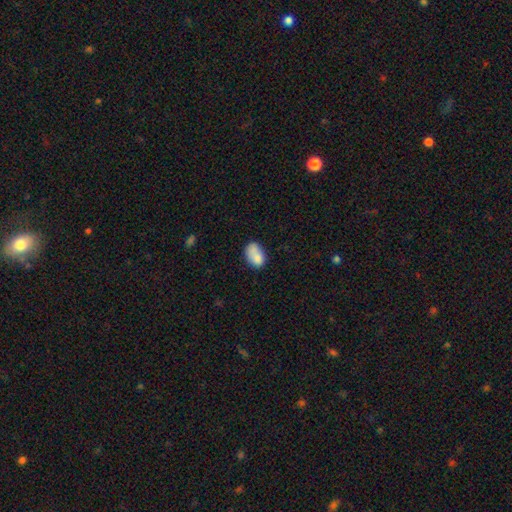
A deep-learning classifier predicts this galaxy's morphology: A smooth galaxy with no disk features (79%) that is in between round and cigar-shaped (85%).

Vote fractions:
- Smooth or featured? smooth: 79% / featured or disk: 13% / star or artifact: 8%
- How rounded? in between: 85% / round: 13% / cigar-shaped: 1%
- Merging? none: 49% / minor disturbance: 27% / merger: 15% / major disturbance: 9%